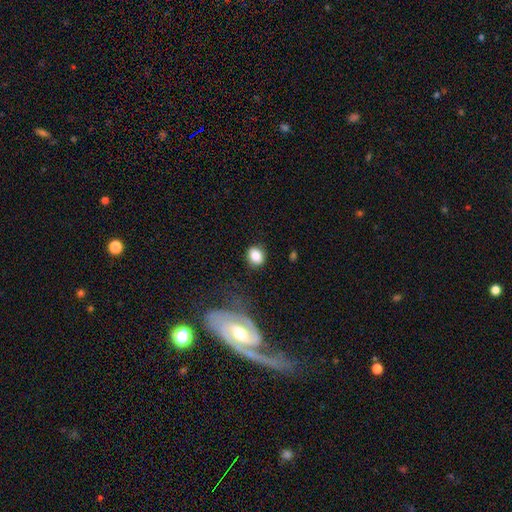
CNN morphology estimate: This appears to be a smooth galaxy with no disk features (84%) that is in between round and cigar-shaped (49%, tied with round). Merging: none (81%).